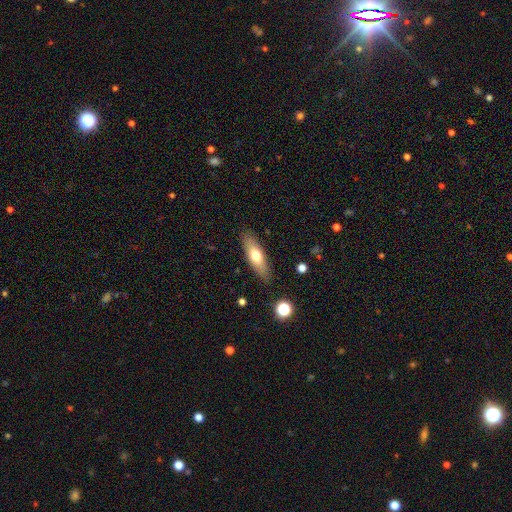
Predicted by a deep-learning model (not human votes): smooth_or_featured: smooth (p=0.63) [alt: featured or disk p=0.31]
how_rounded: cigar-shaped (p=0.50) [alt: in between p=0.47]
merging: none (p=0.86) [alt: minor disturbance p=0.10]